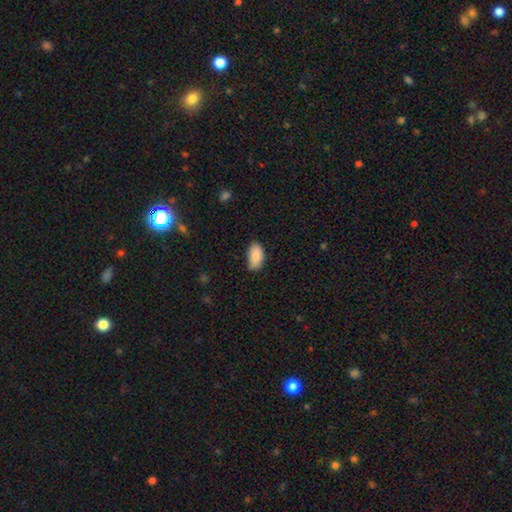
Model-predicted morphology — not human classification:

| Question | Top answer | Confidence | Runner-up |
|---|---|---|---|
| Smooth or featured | smooth | 87% | star or artifact (7%) |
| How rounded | in between | 94% | round (3%) |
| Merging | none | 69% | minor disturbance (26%) |